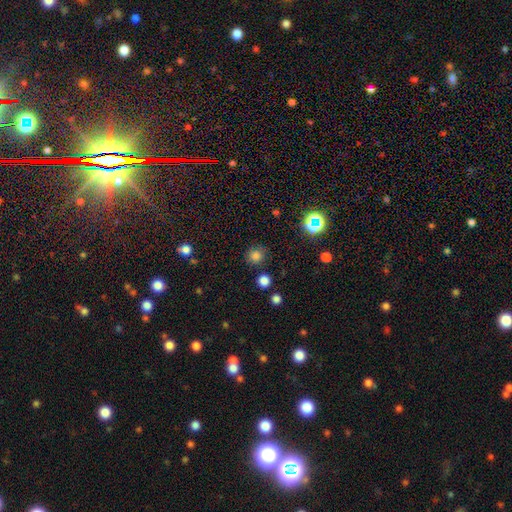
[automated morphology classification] smooth_or_featured: smooth (p=0.77) [alt: star or artifact p=0.18]
how_rounded: round (p=0.91) [alt: in between p=0.08]
merging: none (p=0.84) [alt: minor disturbance p=0.09]